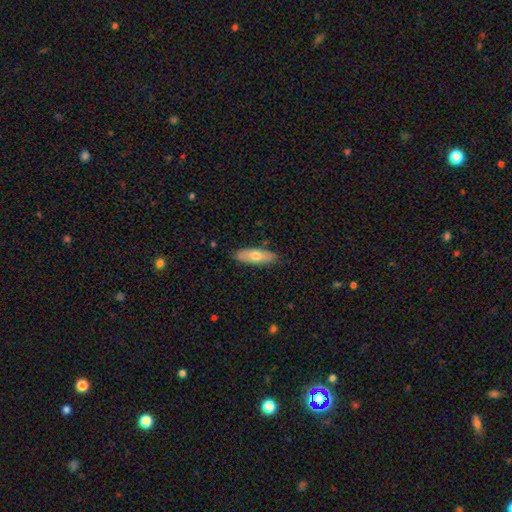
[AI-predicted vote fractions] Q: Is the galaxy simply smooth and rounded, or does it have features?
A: smooth — 67%.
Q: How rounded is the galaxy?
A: in between — 67%.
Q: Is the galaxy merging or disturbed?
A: none — 85%.